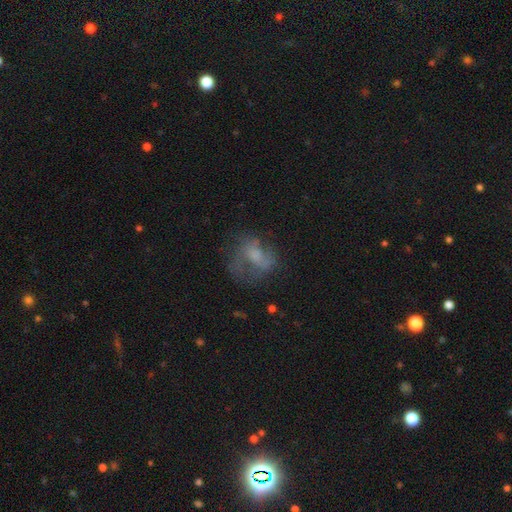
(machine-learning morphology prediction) smooth-or-featured: featured or disk: 52% | smooth: 35% | star or artifact: 14%
  disk-edge-on: no: 97% | yes: 3%
    bar: no: 70% | weak: 25% | strong: 5%
    has-spiral-arms: yes: 54% | no: 46%
    bulge-size: none: 38% | moderate: 28% | small: 24% | large: 9% | dominant: 2%
  merging: none: 44% | major disturbance: 33% | minor disturbance: 20% | merger: 3%